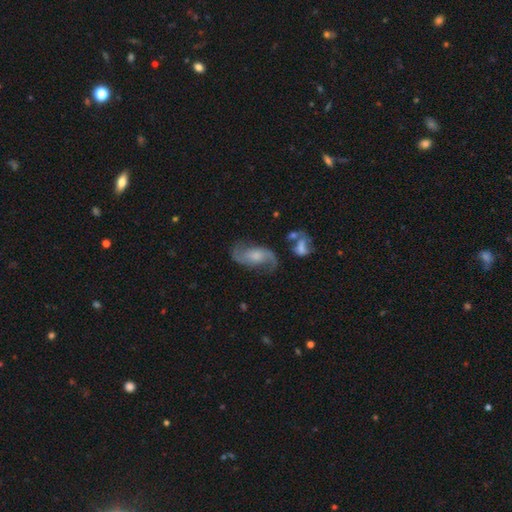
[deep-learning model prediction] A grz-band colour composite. It shows a featured or disk galaxy (79%) with no bar (55%), 2 (89%) loose (55%) spiral arms (94%) and a moderate central bulge (40%). Merging: none (64%).